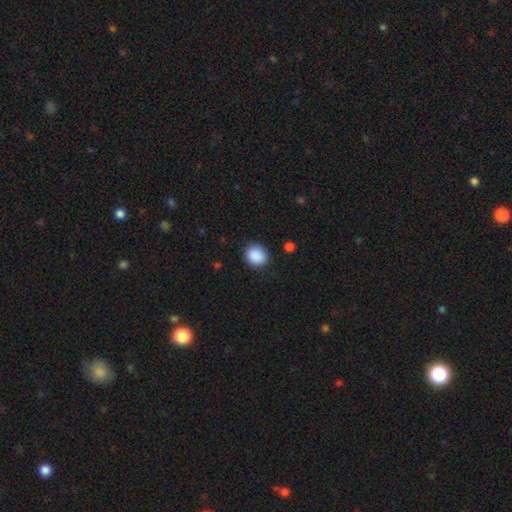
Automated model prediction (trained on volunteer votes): Q: Smooth or featured?
A: smooth (89%); runner-up: star or artifact (8%)
Q: How rounded?
A: round (80%); runner-up: in between (19%)
Q: Merging?
A: none (87%); runner-up: minor disturbance (9%)